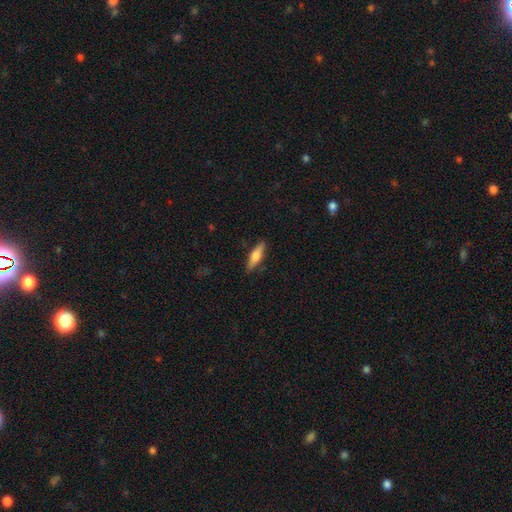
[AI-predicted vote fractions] Morphology: type=smooth (55%); roundness=cigar-shaped (69%); merging=none (87%).